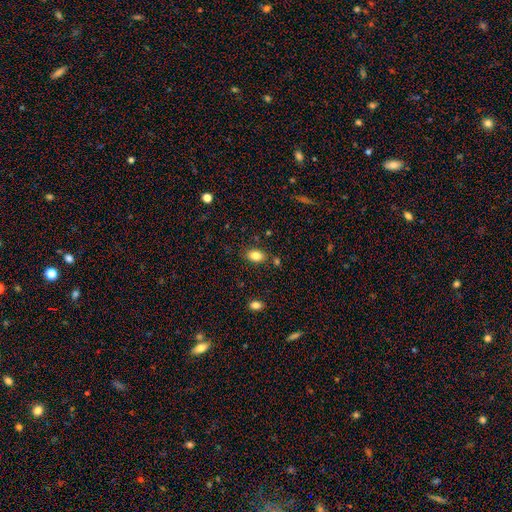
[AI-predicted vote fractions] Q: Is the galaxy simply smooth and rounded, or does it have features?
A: smooth — 84%.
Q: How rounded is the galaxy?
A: in between — 85%.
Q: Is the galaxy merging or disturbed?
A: none — 80%.